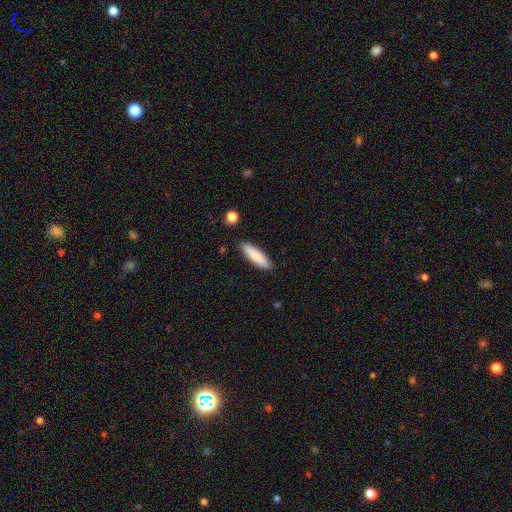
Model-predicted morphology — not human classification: Smooth or featured? Predicted: smooth (p=0.84). How rounded? Predicted: cigar-shaped (p=0.66). Merging? Predicted: none (p=0.89).